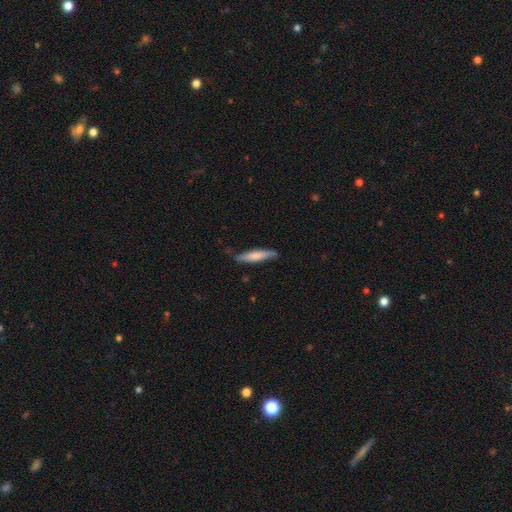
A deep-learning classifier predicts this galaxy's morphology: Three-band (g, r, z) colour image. It shows a smooth galaxy with no disk features (71%) that is cigar-shaped (85%). Merging: none (78%).